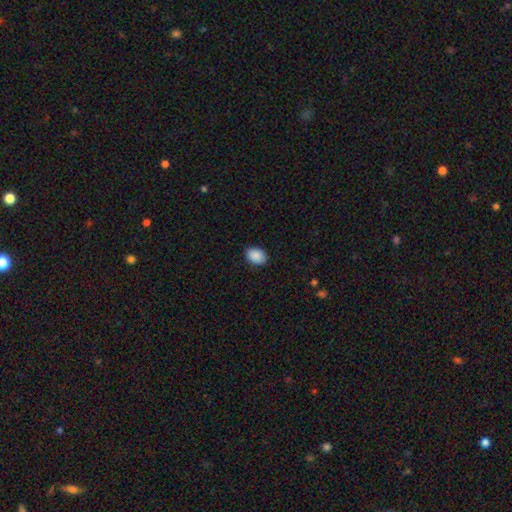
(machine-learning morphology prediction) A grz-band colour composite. It shows a smooth galaxy with no disk features (90%) that is in between round and cigar-shaped (77%). Merging: none (88%).